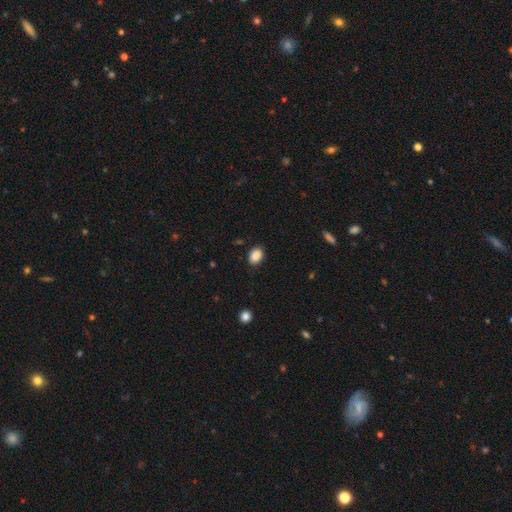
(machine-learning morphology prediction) Smooth or featured: smooth — 89% (star or artifact — 8%)
How rounded: in between — 79% (round — 20%)
Merging: none — 86% (minor disturbance — 11%)